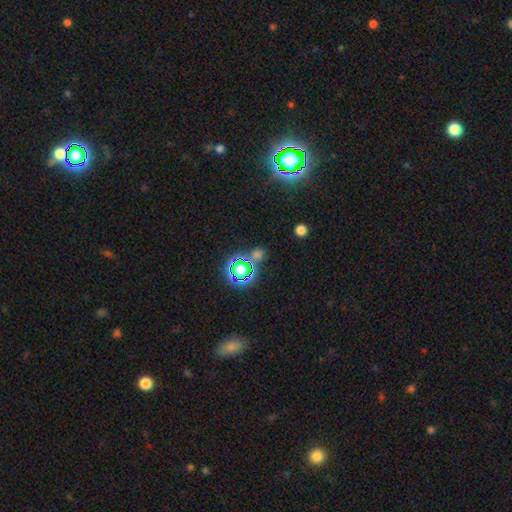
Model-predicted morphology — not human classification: A star or artifact, not a galaxy (59%).

Vote fractions:
- Smooth or featured? star or artifact: 59% / smooth: 32% / featured or disk: 8%